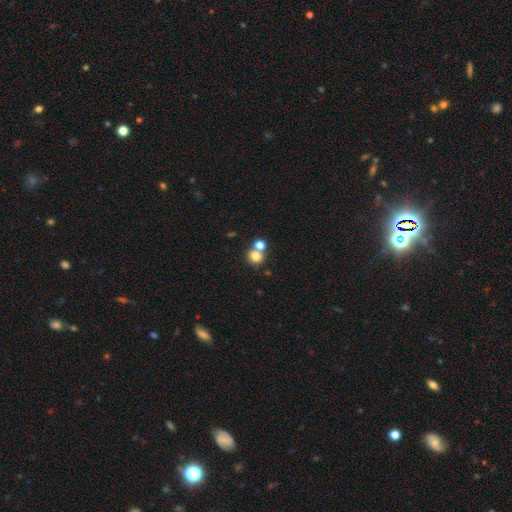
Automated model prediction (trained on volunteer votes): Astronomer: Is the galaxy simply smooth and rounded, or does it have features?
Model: smooth — 78%.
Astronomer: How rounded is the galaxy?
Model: round — 78%.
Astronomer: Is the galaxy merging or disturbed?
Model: none — 50% (runner-up: merger, 39%).